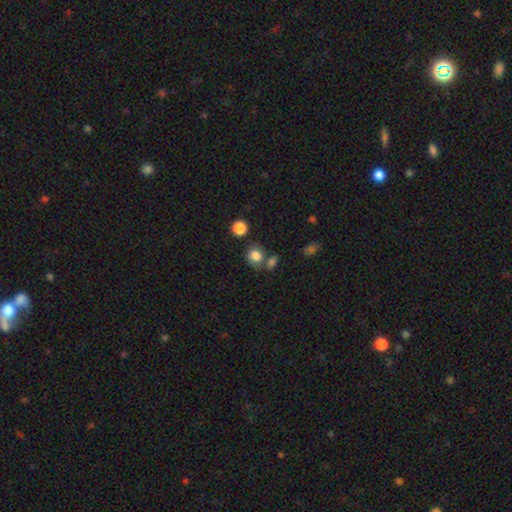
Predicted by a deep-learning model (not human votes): Morphology: type=smooth (81%); roundness=round (74%); merging=none (60%).